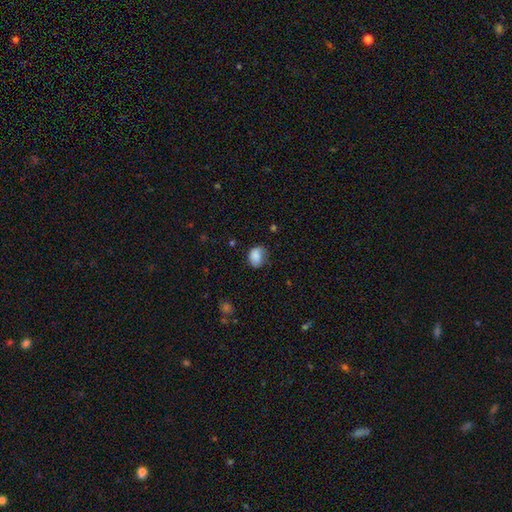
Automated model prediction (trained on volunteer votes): A smooth galaxy with no disk features (82%) that is in between round and cigar-shaped (60%). Merging: none (53%).